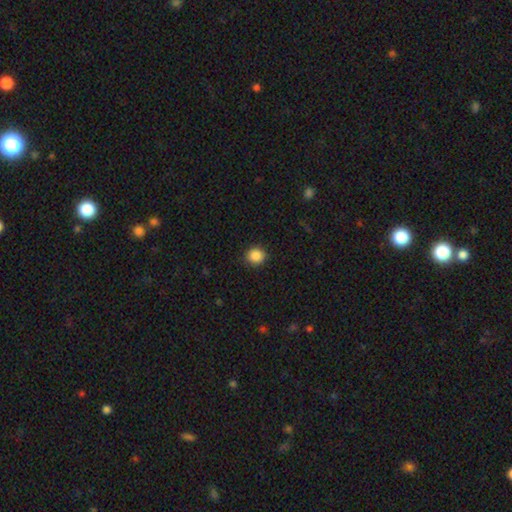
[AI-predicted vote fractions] Overall: smooth (87%). How rounded: round (88%). Merging: none (90%).